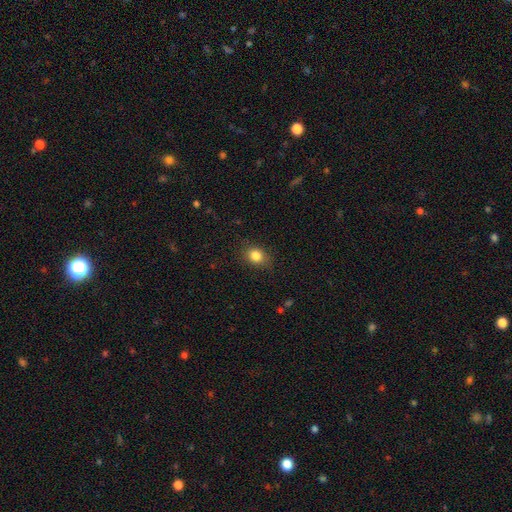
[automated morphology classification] This appears to be a smooth galaxy with no disk features (83%) that is round (56%). Merging: none (82%).